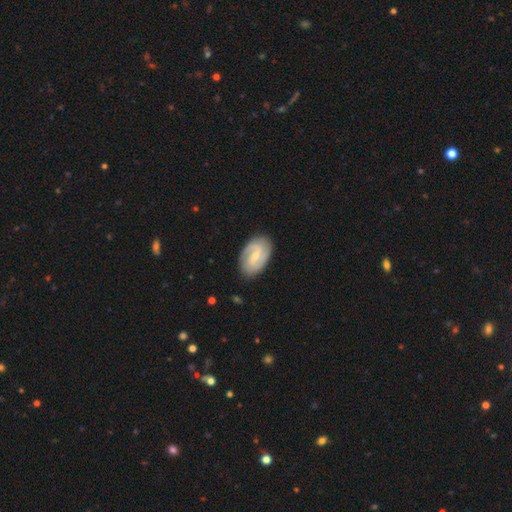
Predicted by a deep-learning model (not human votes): The model was most divided on "spiral winding": medium: 44%, tight: 31%, loose: 25%. More confident: edge-on disk — no (97%); spiral arms — yes (93%); merging — none (82%); spiral arm count — 2 (74%); smooth or featured — featured or disk (74%); bar — weak (59%); bulge size — small (59%).